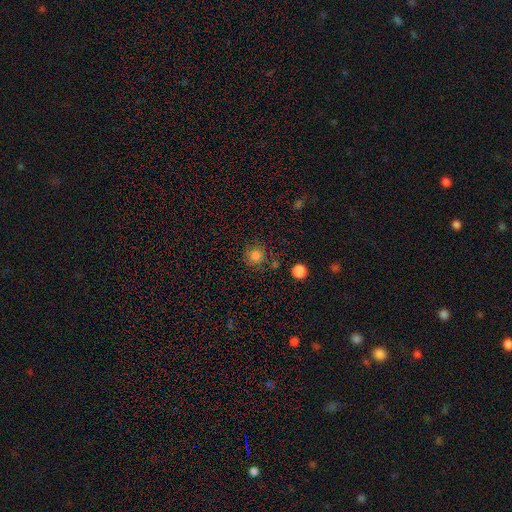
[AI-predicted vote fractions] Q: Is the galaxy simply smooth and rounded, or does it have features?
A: smooth — 82%.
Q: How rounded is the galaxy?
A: round — 93%.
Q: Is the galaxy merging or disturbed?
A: none — 81%.